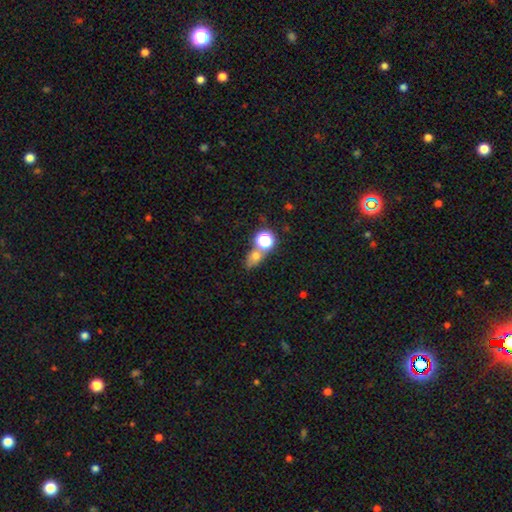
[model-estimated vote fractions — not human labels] Smooth or featured? smooth (64%)
How rounded? in between (52%)
Merging? none (53%)